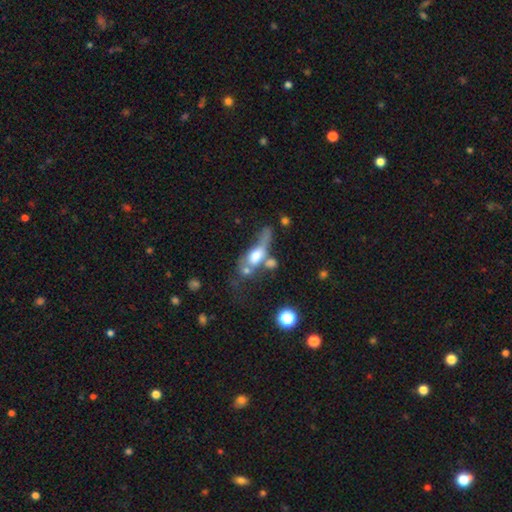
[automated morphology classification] Overall: smooth (53%; featured or disk 36%). How rounded: in between (59%; cigar-shaped 29%). Merging: merger (41%; major disturbance 27%).